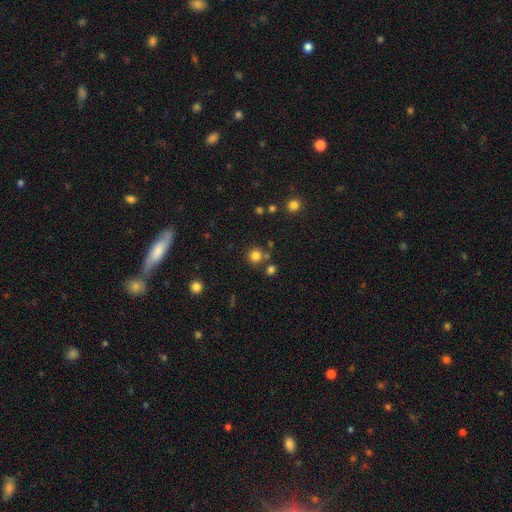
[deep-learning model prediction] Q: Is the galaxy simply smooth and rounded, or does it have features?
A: smooth — 79%.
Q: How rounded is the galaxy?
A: round — 91%.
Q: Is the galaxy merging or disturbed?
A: none — 73%.